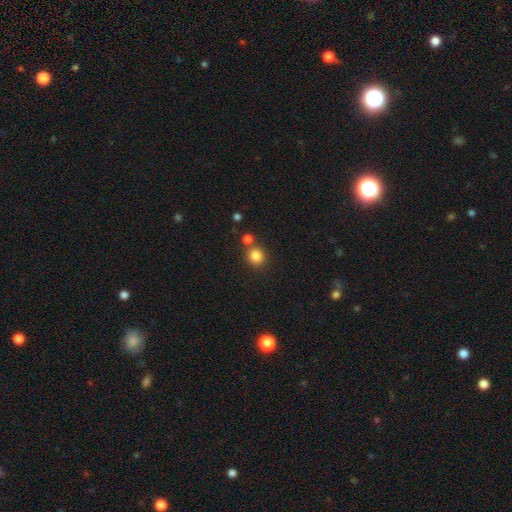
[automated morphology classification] type=smooth (83%); roundness=round (88%); merging=none (71%).